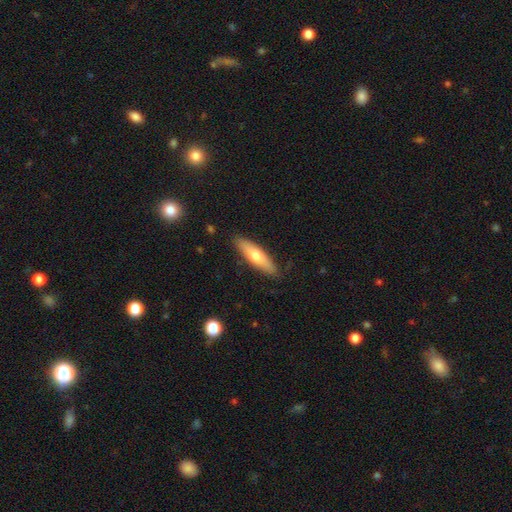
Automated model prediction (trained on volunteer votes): smooth 61%, featured or disk 33%, star or artifact 6%. Down the decision tree: how rounded — cigar-shaped (66%); merging — none (87%).